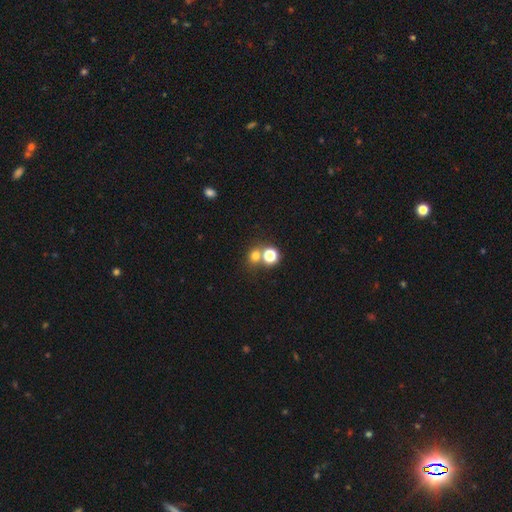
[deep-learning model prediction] smooth_or_featured: smooth (p=0.71) [alt: star or artifact p=0.21]
how_rounded: round (p=0.80) [alt: in between p=0.19]
merging: none (p=0.56) [alt: merger p=0.34]